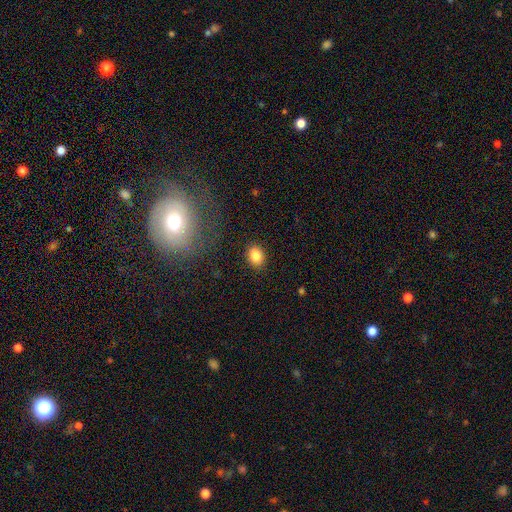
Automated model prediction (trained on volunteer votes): smooth 85%, star or artifact 9%, featured or disk 5%. Down the decision tree: how rounded — in between (75%); merging — none (86%).